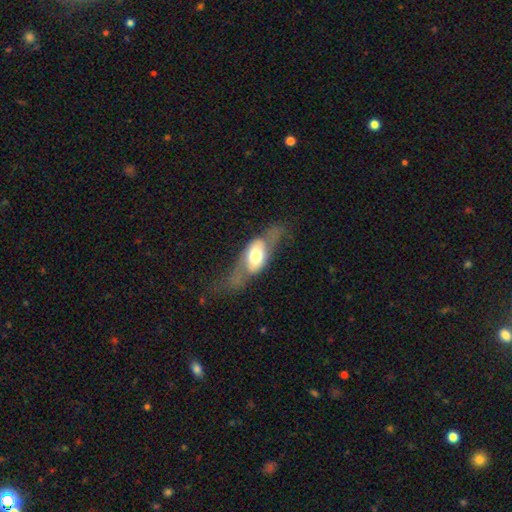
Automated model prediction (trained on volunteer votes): Smooth or featured? Predicted: featured or disk (p=0.59). Edge-on disk? Predicted: no (p=0.69). Merging? Predicted: none (p=0.44).